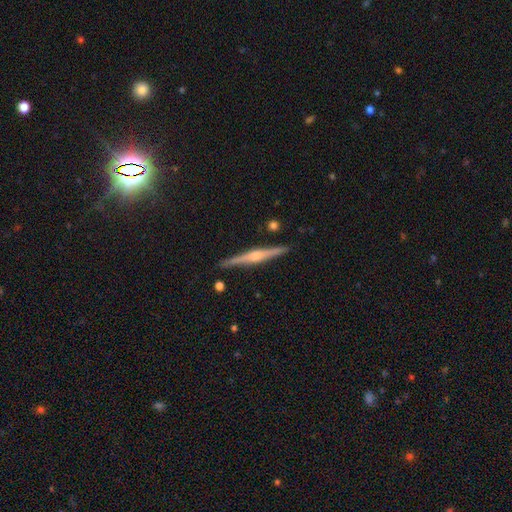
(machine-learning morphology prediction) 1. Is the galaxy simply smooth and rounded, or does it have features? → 80% featured or disk, 14% smooth, 6% star or artifact.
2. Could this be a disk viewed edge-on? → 98% yes, 2% no.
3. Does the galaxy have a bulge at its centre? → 77% rounded, 15% boxy, 8% none.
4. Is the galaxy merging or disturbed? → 91% none, 6% minor disturbance, 1% merger, 1% major disturbance.